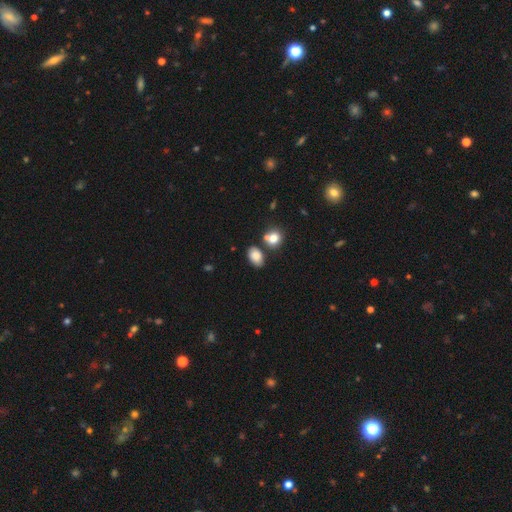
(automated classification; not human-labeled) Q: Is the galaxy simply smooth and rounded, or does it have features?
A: smooth — 84%.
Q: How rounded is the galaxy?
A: in between — 83%.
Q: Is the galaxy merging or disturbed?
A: none — 68%.